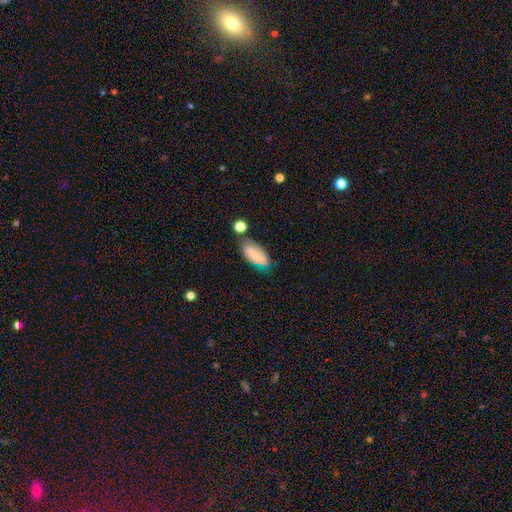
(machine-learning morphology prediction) A smooth galaxy with no disk features (76%) that is in between round and cigar-shaped (88%). Merging: none (61%).